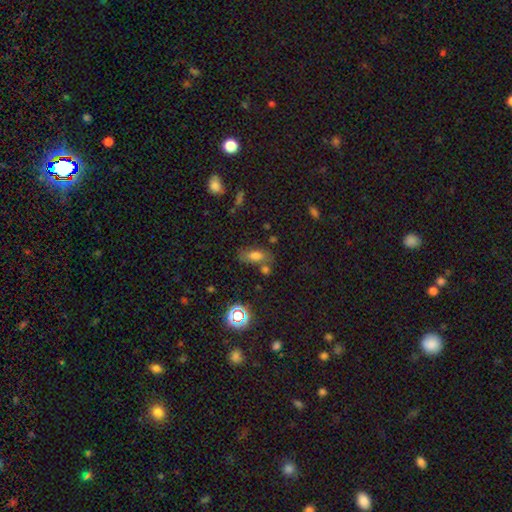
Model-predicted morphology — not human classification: This is likely a smooth galaxy (68%). How rounded: clearly in between (80%). Merging: likely none (61%).